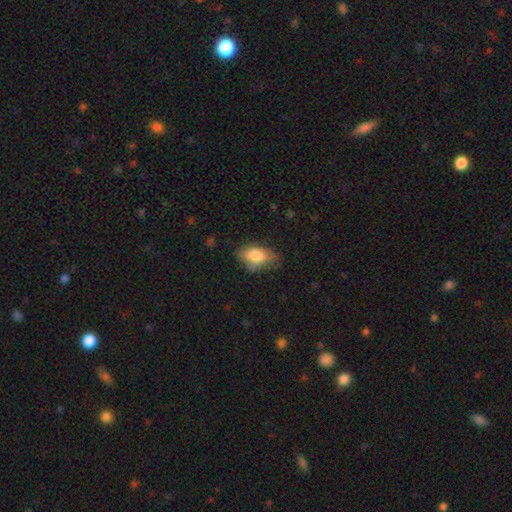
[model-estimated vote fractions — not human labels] A smooth galaxy with no disk features (80%) that is in between round and cigar-shaped (90%).

Vote fractions:
- Smooth or featured? smooth: 80% / featured or disk: 13% / star or artifact: 7%
- How rounded? in between: 90% / round: 6% / cigar-shaped: 4%
- Merging? none: 54% / minor disturbance: 34% / major disturbance: 10% / merger: 2%